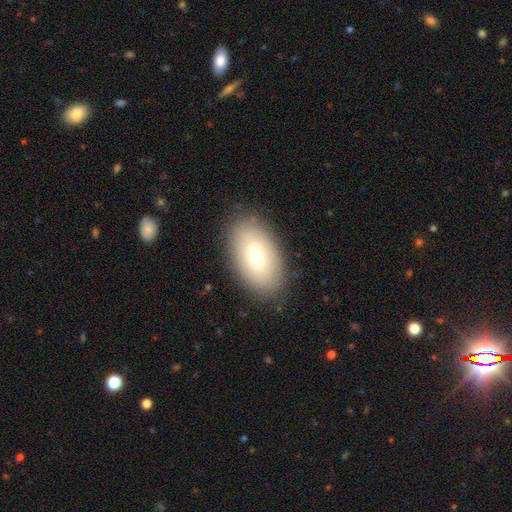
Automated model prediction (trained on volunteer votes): This appears to be a smooth galaxy with no disk features (53%) that is in between round and cigar-shaped (93%). Merging: none (84%).